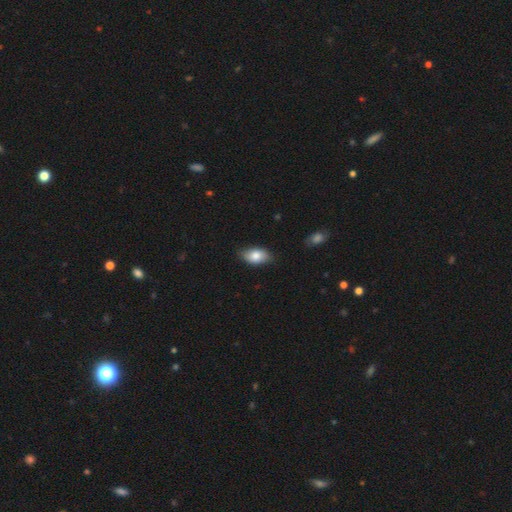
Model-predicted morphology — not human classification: A smooth galaxy with no disk features (81%) that is in between round and cigar-shaped (91%).

Vote fractions:
- Smooth or featured? smooth: 81% / featured or disk: 12% / star or artifact: 7%
- How rounded? in between: 91% / round: 6% / cigar-shaped: 2%
- Merging? none: 80% / minor disturbance: 16% / major disturbance: 2% / merger: 1%